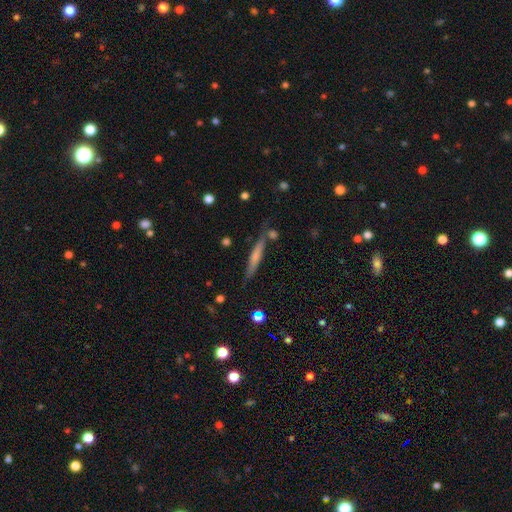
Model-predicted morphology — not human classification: Smooth or featured? Predicted: smooth (p=0.54). How rounded? Predicted: cigar-shaped (p=0.93). Merging? Predicted: none (p=0.78).